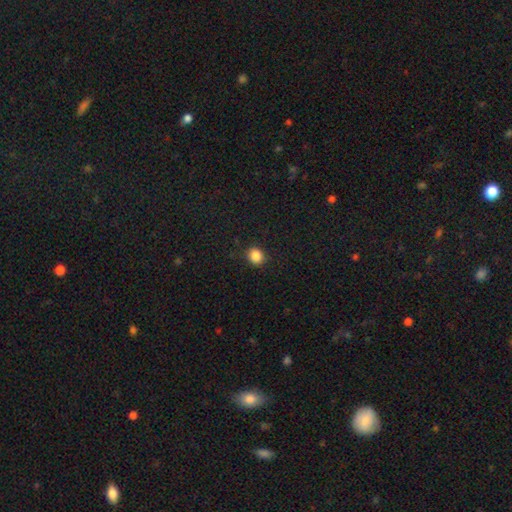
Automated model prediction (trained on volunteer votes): Q: Smooth or featured?
A: smooth (86%); runner-up: star or artifact (11%)
Q: How rounded?
A: round (74%); runner-up: in between (25%)
Q: Merging?
A: none (88%); runner-up: minor disturbance (9%)